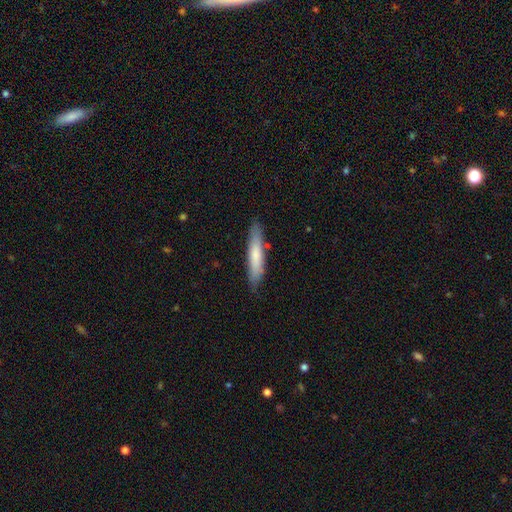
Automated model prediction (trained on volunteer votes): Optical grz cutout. It shows a smooth galaxy with no disk features (72%) that is cigar-shaped (87%). Merging: none (82%).